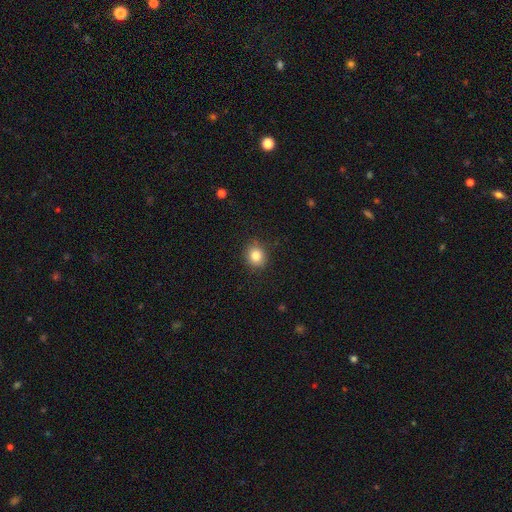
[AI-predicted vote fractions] Morphology: type=smooth (83%); roundness=round (71%); merging=none (87%).